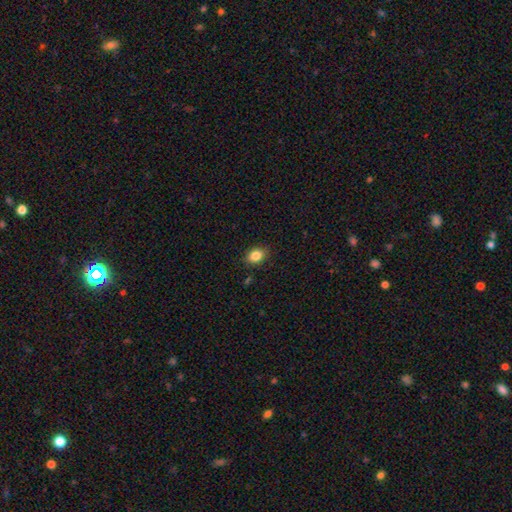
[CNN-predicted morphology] A smooth galaxy with no disk features (85%) that is in between round and cigar-shaped (71%). Merging: none (86%).